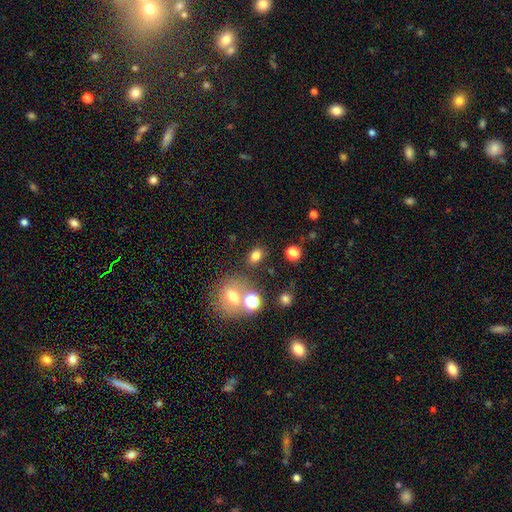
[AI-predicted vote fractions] This appears to be a smooth galaxy with no disk features (77%) that is in between round and cigar-shaped (71%). Merging: none (75%).